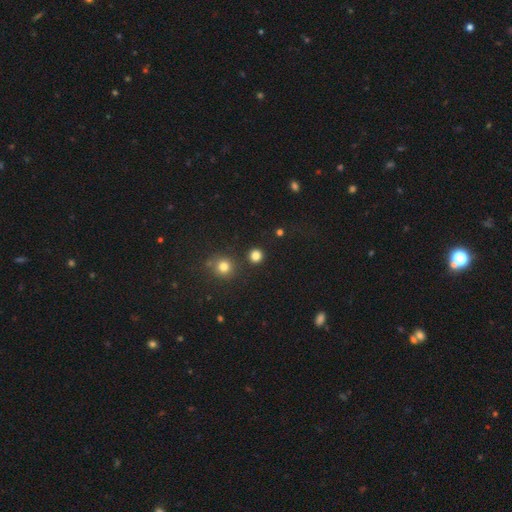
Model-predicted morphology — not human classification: smooth_or_featured: smooth (p=0.82) [alt: star or artifact p=0.15]
how_rounded: round (p=0.93) [alt: in between p=0.06]
merging: none (p=0.89) [alt: minor disturbance p=0.05]